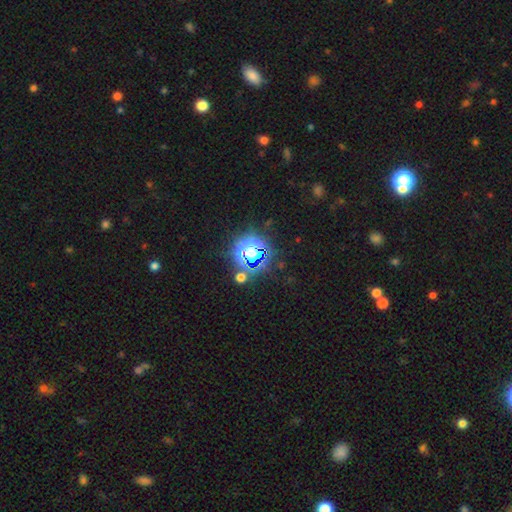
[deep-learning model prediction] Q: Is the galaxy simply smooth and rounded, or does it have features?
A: star or artifact — 68%.